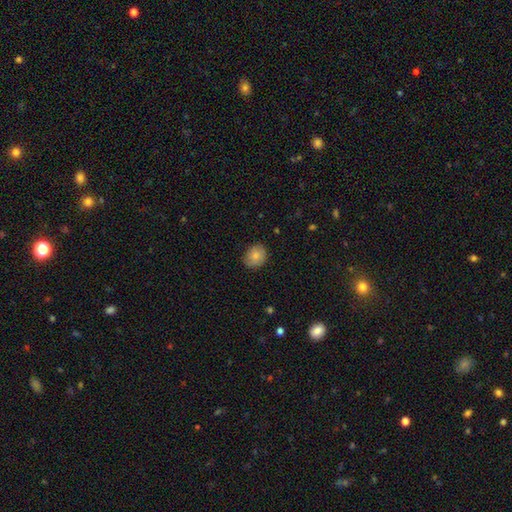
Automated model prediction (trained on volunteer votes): Smooth or featured: smooth — 81% (featured or disk — 11%)
How rounded: round — 60% (in between — 39%)
Merging: none — 80% (minor disturbance — 16%)